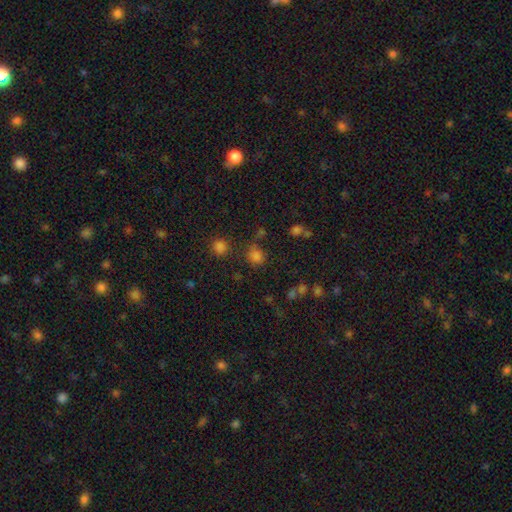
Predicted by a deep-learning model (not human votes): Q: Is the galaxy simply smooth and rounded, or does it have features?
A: smooth — 74%.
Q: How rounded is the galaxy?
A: round — 73%.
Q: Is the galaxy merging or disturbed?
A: none — 67%.